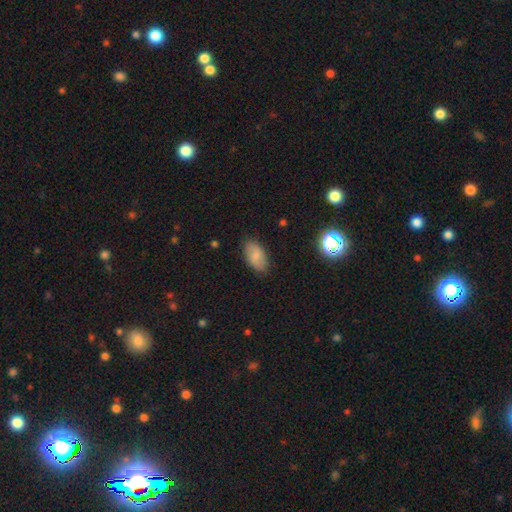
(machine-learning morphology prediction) smooth-or-featured: smooth: 78% | featured or disk: 14% | star or artifact: 9%
  how-rounded: in between: 93% | round: 5% | cigar-shaped: 2%
  merging: none: 84% | minor disturbance: 12% | major disturbance: 3% | merger: 1%